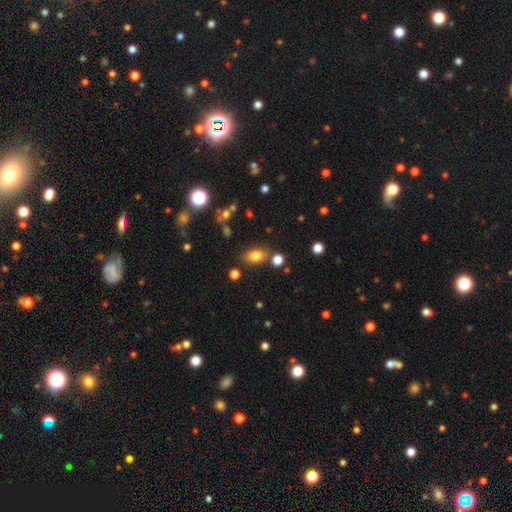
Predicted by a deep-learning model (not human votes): The model was most divided on "merging": none: 77%, minor disturbance: 12%, merger: 8%, major disturbance: 4%. More confident: how rounded — in between (84%); smooth or featured — smooth (80%).